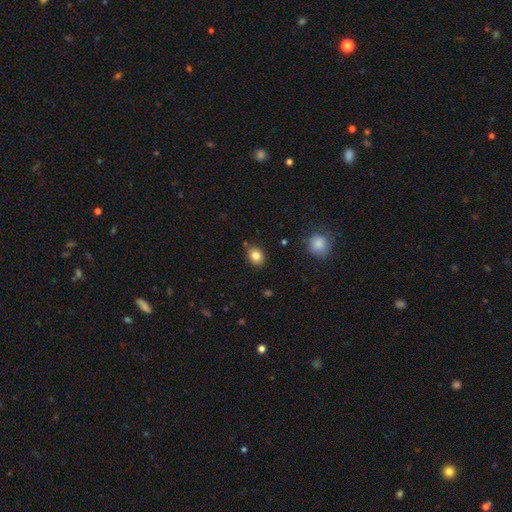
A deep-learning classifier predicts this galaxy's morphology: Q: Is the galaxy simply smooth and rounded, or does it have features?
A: smooth — 83%.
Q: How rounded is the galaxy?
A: in between — 54%.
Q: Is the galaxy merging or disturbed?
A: none — 85%.